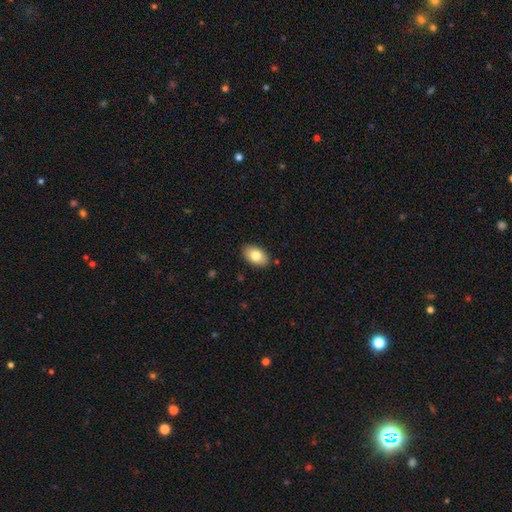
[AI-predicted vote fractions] smooth_or_featured: smooth (p=0.80) [alt: featured or disk p=0.13]
how_rounded: in between (p=0.92) [alt: round p=0.07]
merging: none (p=0.88) [alt: minor disturbance p=0.09]